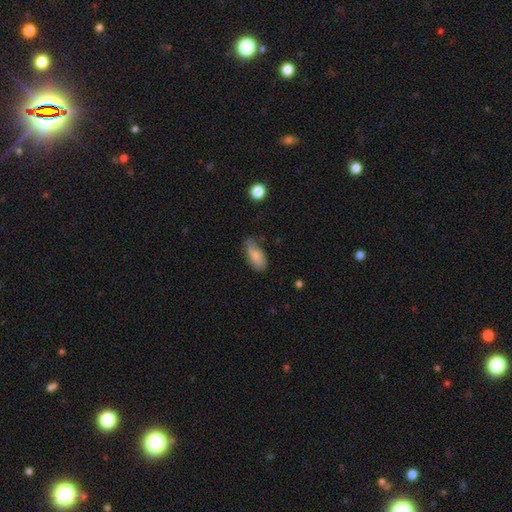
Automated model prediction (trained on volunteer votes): Overall: smooth (77%). How rounded: in between (88%). Merging: none (66%; minor disturbance 27%).